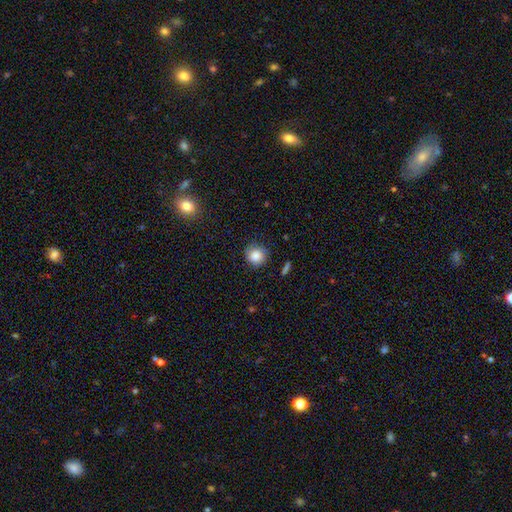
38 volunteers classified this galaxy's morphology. type=smooth (84%); roundness=round (100%); merging=none (89%).